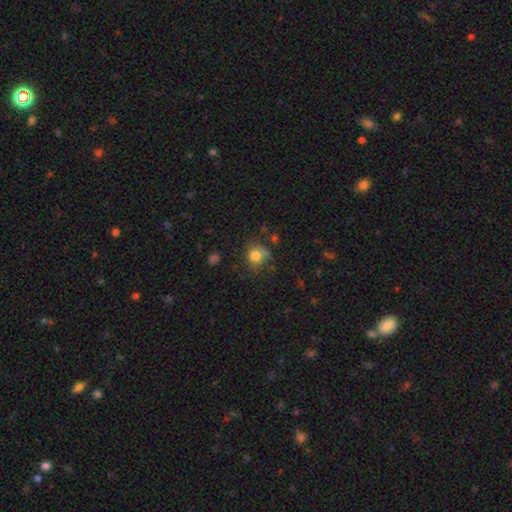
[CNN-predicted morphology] A smooth galaxy with no disk features (79%) that is round (81%). Merging: none (62%).